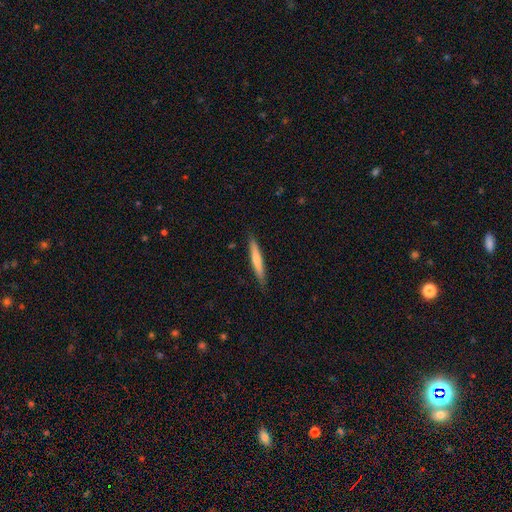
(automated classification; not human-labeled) Morphology: type=smooth (57%); roundness=cigar-shaped (95%); merging=none (90%).